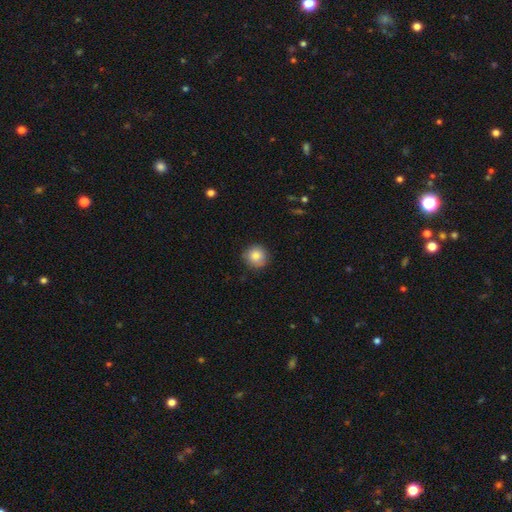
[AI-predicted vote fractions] smooth 83%, star or artifact 9%, featured or disk 8%. Down the decision tree: how rounded — round (93%); merging — none (86%).